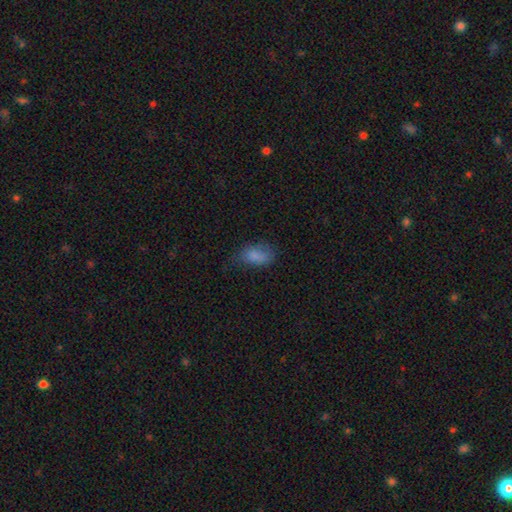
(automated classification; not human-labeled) Smooth or featured? Predicted: smooth (p=0.80). How rounded? Predicted: in between (p=0.91). Merging? Predicted: none (p=0.53).